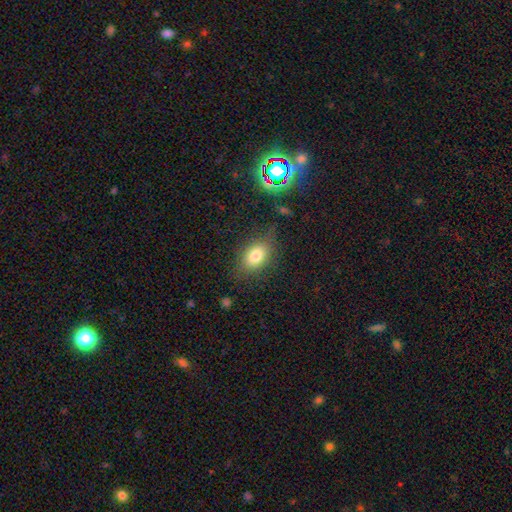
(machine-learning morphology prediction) Overall: smooth (78%). How rounded: in between (74%). Merging: none (73%).